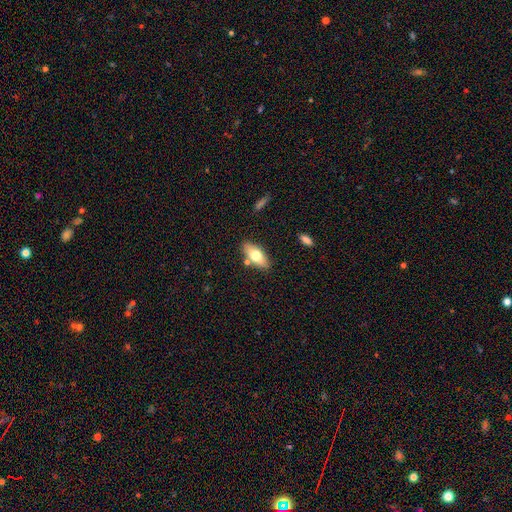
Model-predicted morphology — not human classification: This appears to be a smooth galaxy with no disk features (66%) that is in between round and cigar-shaped (83%). Merging: none (81%).